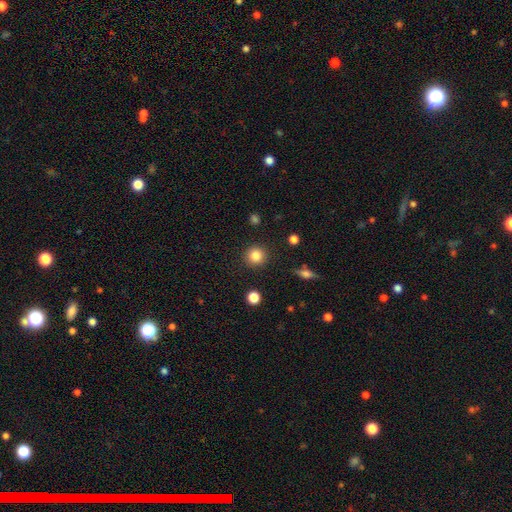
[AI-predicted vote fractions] Morphology: type=smooth (84%); roundness=round (94%); merging=none (91%).